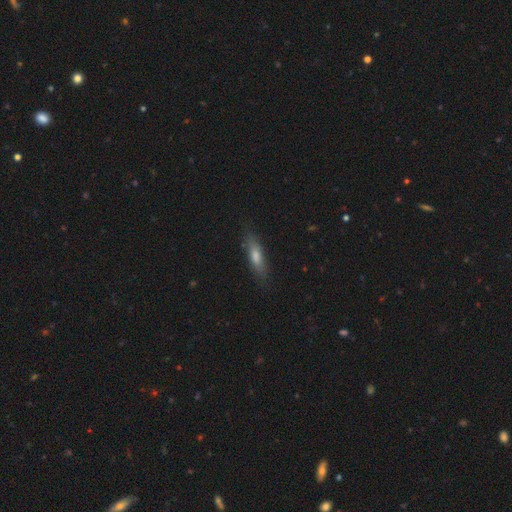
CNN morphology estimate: type=smooth (63%); roundness=cigar-shaped (66%); merging=none (82%).